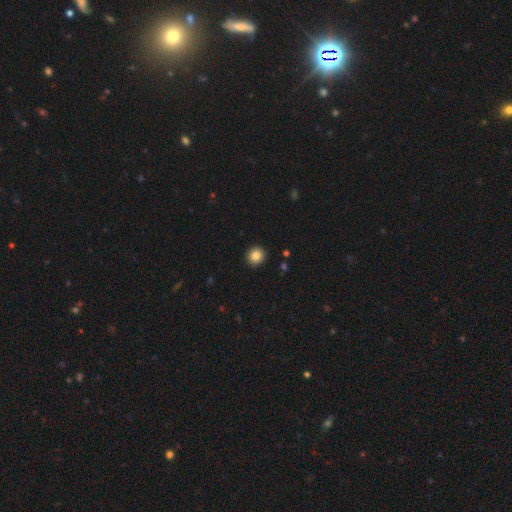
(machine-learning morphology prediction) type=smooth (85%); roundness=round (91%); merging=none (93%).